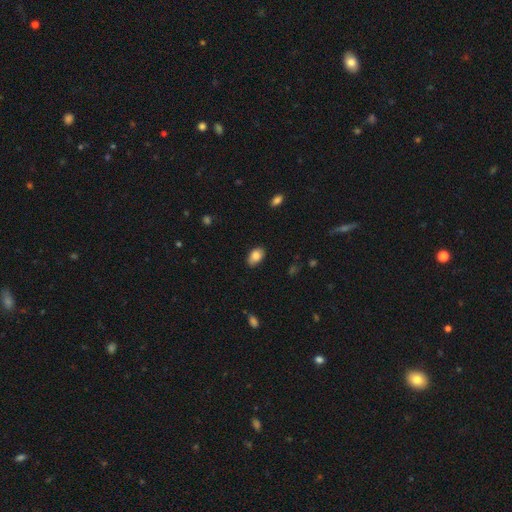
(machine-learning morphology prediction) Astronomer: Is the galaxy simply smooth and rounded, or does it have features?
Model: smooth — 84%.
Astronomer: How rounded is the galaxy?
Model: in between — 91%.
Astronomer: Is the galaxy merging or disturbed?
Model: none — 82%.